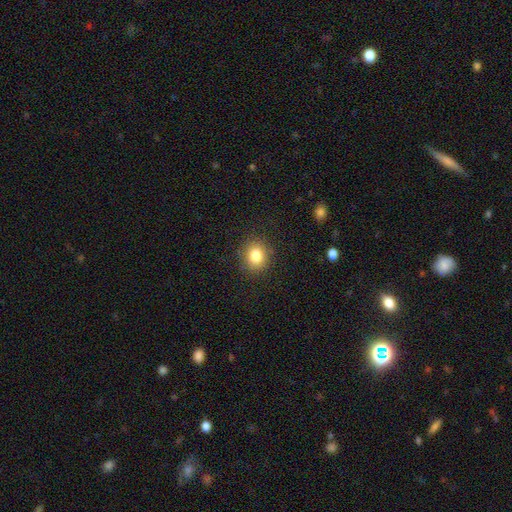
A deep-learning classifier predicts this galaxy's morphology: Smooth or featured: smooth — 83% (star or artifact — 10%)
How rounded: round — 64% (in between — 35%)
Merging: none — 87% (minor disturbance — 9%)